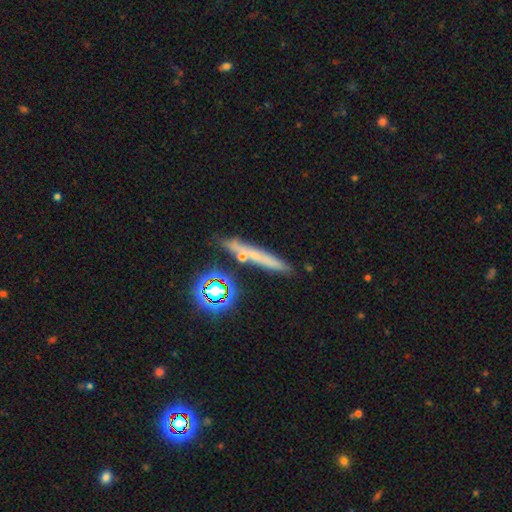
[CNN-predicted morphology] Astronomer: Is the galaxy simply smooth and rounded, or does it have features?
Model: smooth — 43% (runner-up: featured or disk, 30%).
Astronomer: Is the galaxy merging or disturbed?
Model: none — 75%.